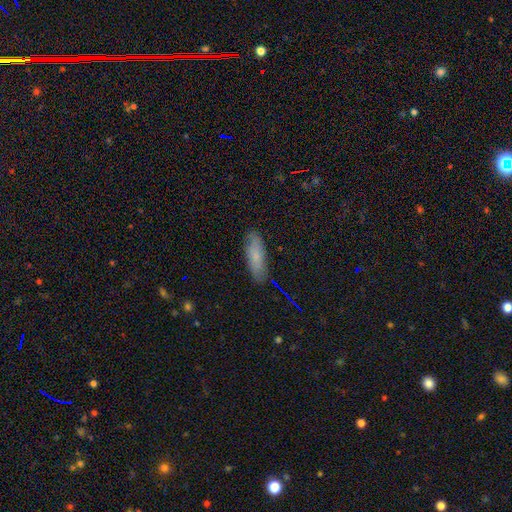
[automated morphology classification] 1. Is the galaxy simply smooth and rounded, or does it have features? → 74% smooth, 18% featured or disk, 8% star or artifact.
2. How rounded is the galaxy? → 51% in between, 47% cigar-shaped, 2% round.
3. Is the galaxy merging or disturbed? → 84% none, 12% minor disturbance, 2% major disturbance, 1% merger.